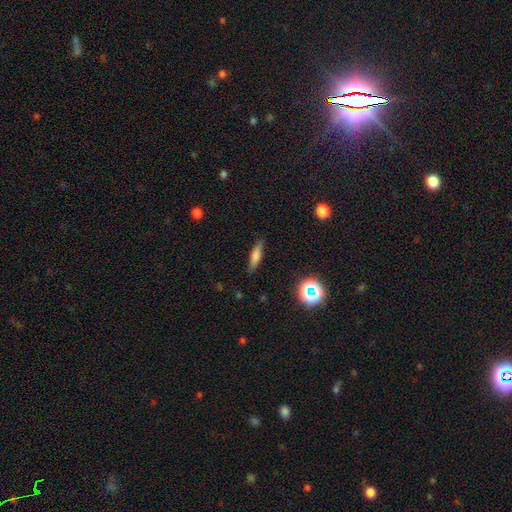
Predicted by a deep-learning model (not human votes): A smooth galaxy with no disk features (68%) that is cigar-shaped (70%).

Vote fractions:
- Smooth or featured? smooth: 68% / featured or disk: 21% / star or artifact: 11%
- How rounded? cigar-shaped: 70% / in between: 27% / round: 3%
- Merging? none: 85% / minor disturbance: 11% / major disturbance: 3% / merger: 1%